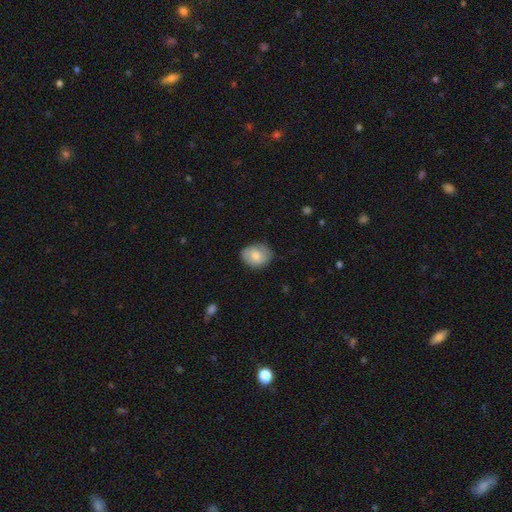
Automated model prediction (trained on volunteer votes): This is likely a smooth galaxy (72%). How rounded: possibly in between (58%). Merging: likely none (73%).